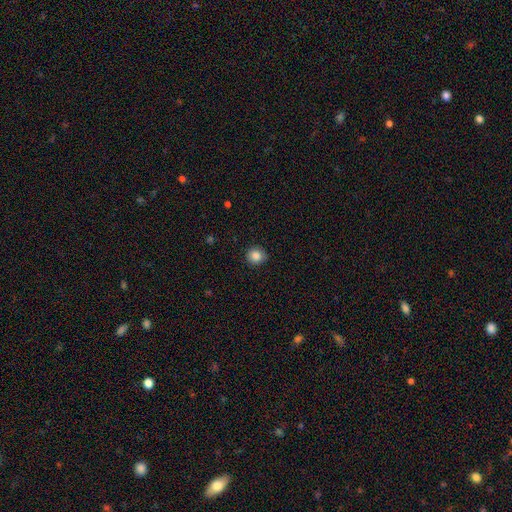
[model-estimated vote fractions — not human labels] smooth-or-featured: smooth: 86% | star or artifact: 9% | featured or disk: 5%
  how-rounded: round: 88% | in between: 11% | cigar-shaped: 1%
  merging: none: 89% | minor disturbance: 8% | major disturbance: 2% | merger: 1%